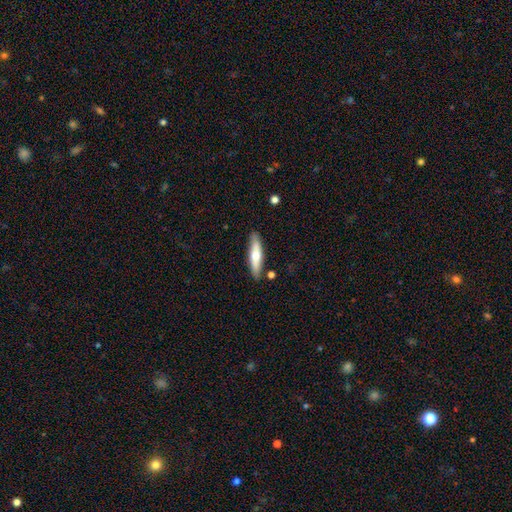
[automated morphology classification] A smooth galaxy with no disk features (54%) that is cigar-shaped (75%).

Vote fractions:
- Smooth or featured? smooth: 54% / featured or disk: 41% / star or artifact: 5%
- How rounded? cigar-shaped: 75% / in between: 24% / round: 2%
- Merging? none: 85% / minor disturbance: 10% / merger: 3% / major disturbance: 2%